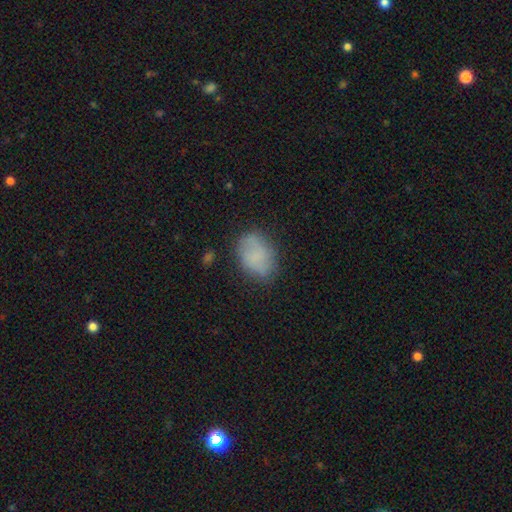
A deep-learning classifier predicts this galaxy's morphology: A smooth galaxy with no disk features (71%) that is in between round and cigar-shaped (75%). Merging: none (67%).